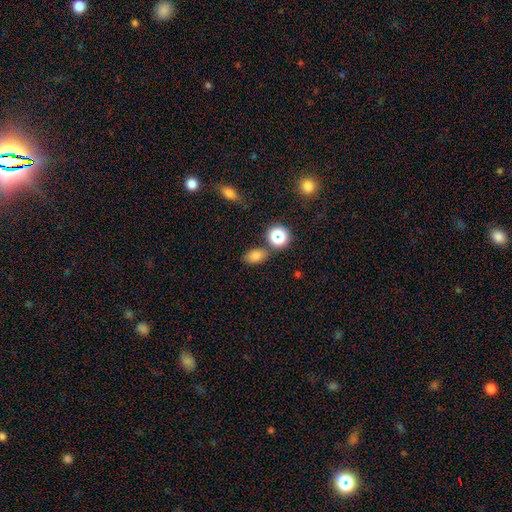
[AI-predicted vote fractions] This appears to be a smooth galaxy with no disk features (77%) that is in between round and cigar-shaped (79%). Merging: none (77%).